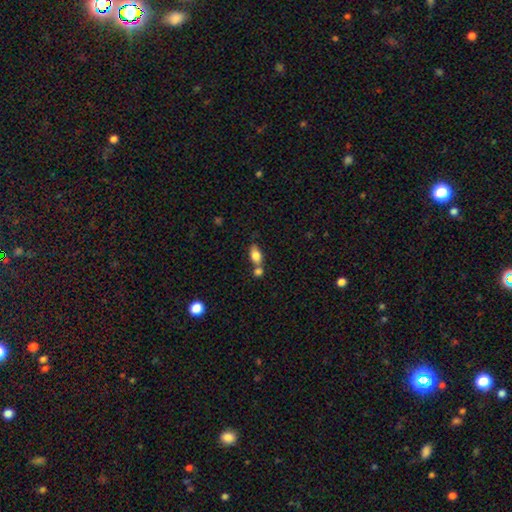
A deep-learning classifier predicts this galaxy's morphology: Smooth or featured: smooth — 80% (featured or disk — 12%)
How rounded: in between — 84% (round — 10%)
Merging: merger — 44% (none — 41%)